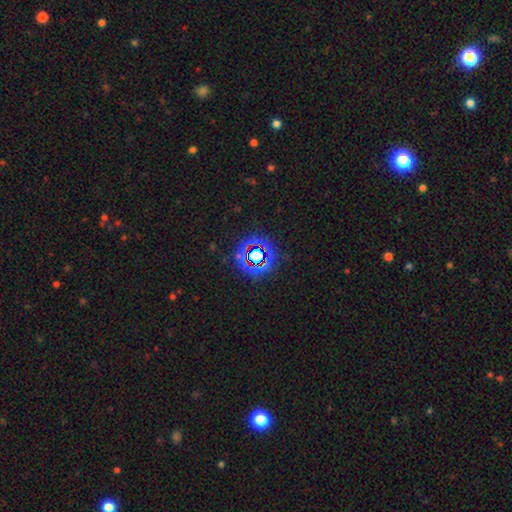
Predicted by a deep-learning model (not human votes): star or artifact 73%, smooth 17%, featured or disk 10%.